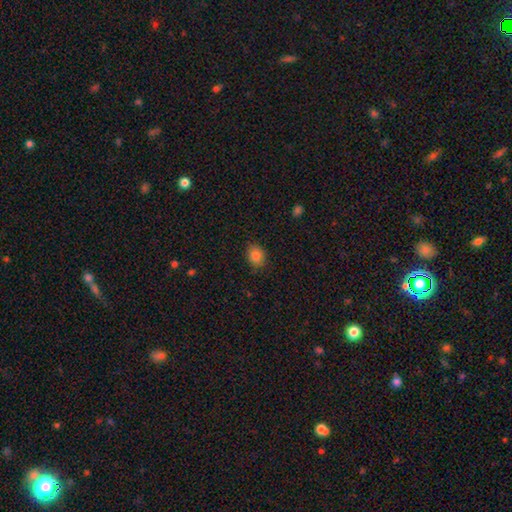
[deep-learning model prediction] smooth-or-featured: smooth: 85% | star or artifact: 10% | featured or disk: 5%
  how-rounded: in between: 55% | round: 44% | cigar-shaped: 1%
  merging: none: 81% | minor disturbance: 15% | major disturbance: 3% | merger: 1%